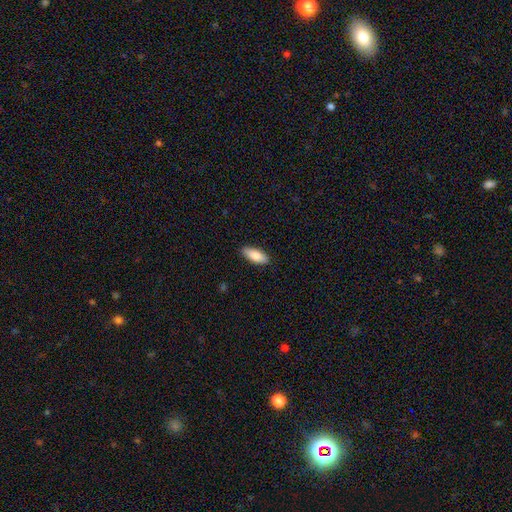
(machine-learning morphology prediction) smooth 84%, featured or disk 10%, star or artifact 6%. Down the decision tree: how rounded — in between (78%); merging — none (89%).